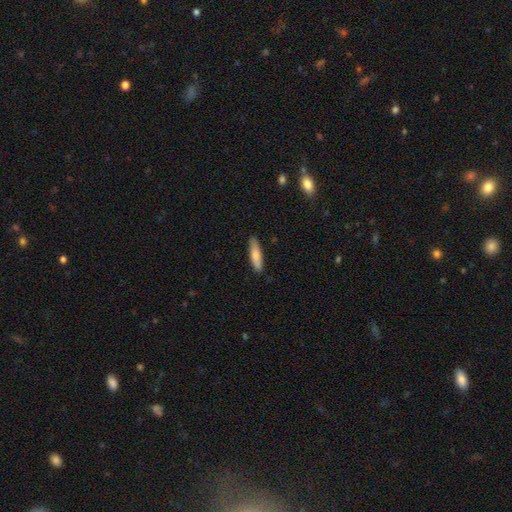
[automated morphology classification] Overall: smooth (79%). How rounded: cigar-shaped (75%). Merging: none (87%).